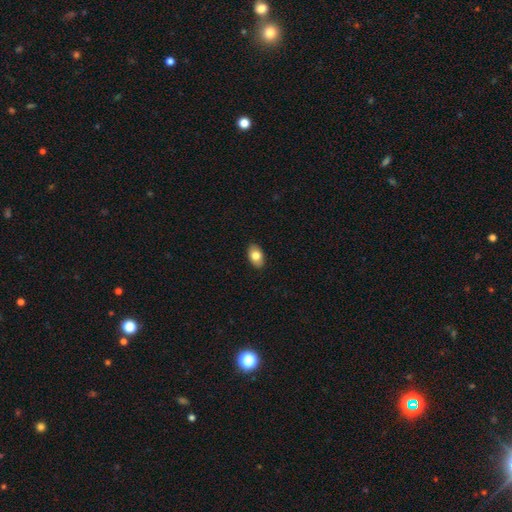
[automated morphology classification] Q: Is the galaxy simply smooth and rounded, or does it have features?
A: smooth — 80%.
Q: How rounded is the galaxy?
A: in between — 90%.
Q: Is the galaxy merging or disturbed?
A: none — 89%.